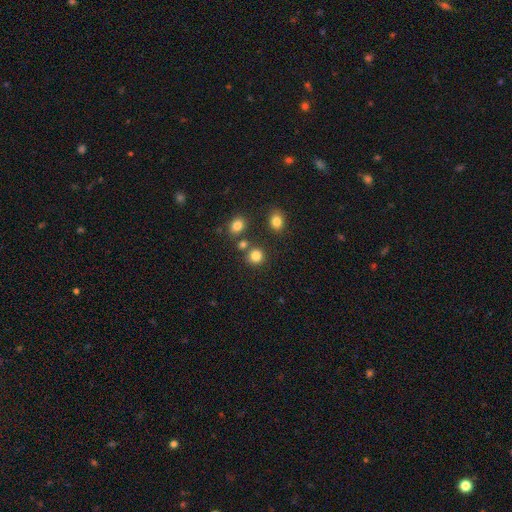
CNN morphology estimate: This is clearly a smooth galaxy (82%). How rounded: clearly round (88%). Merging: likely none (78%).